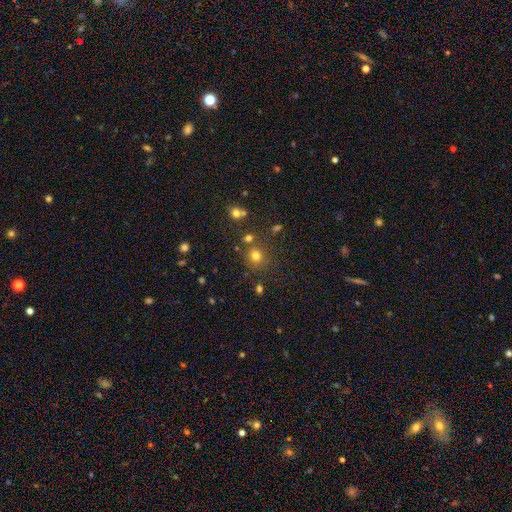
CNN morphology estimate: The model was most divided on "smooth or featured": smooth: 75%, star or artifact: 18%, featured or disk: 7%. More confident: how rounded — round (87%); merging — none (75%).